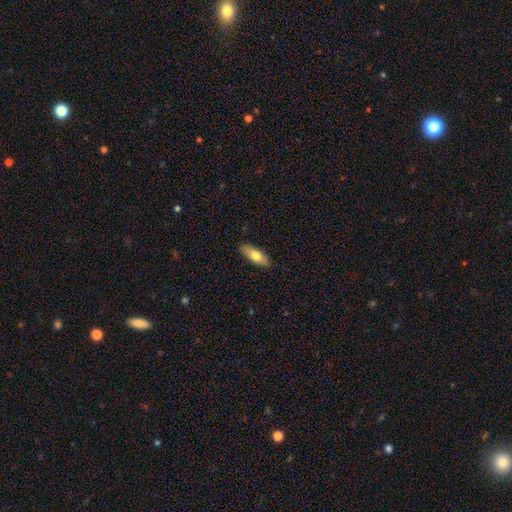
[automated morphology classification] Smooth or featured? Predicted: smooth (p=0.72). How rounded? Predicted: in between (p=0.79). Merging? Predicted: none (p=0.86).